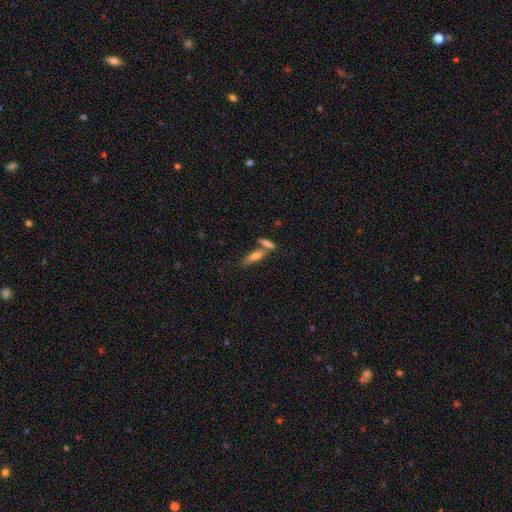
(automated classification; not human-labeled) Smooth or featured? Predicted: smooth (p=0.56). How rounded? Predicted: cigar-shaped (p=0.59). Merging? Predicted: none (p=0.51).